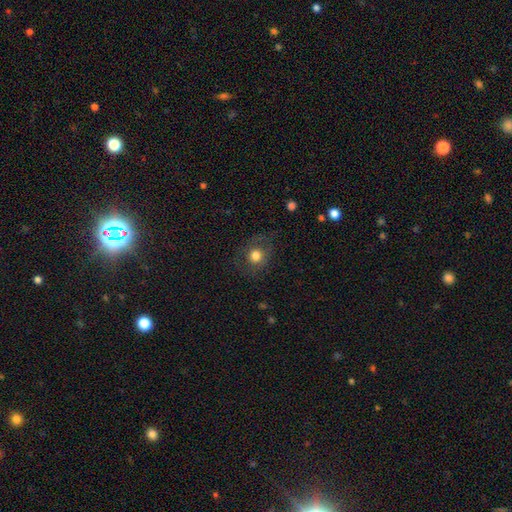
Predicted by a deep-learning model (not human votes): This is likely a smooth galaxy (74%). How rounded: clearly round (80%). Merging: likely none (78%).